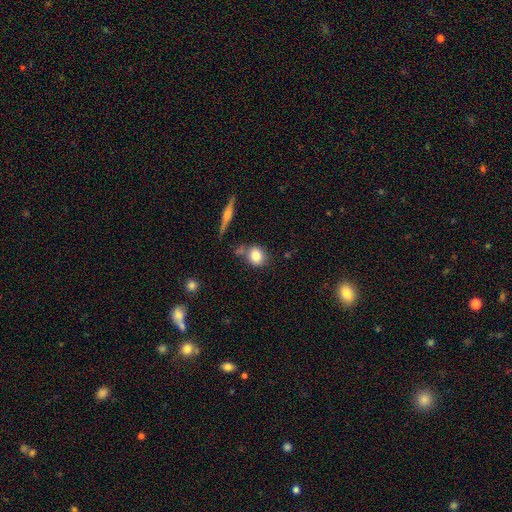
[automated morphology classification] type=smooth (81%); roundness=round (68%); merging=none (68%).